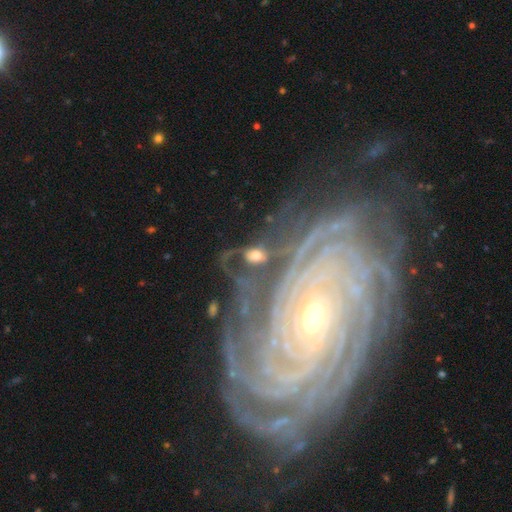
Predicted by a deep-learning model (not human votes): smooth_or_featured: featured or disk (p=0.58) [alt: smooth p=0.28]
disk_edge_on: no (p=0.91) [alt: yes p=0.09]
bar: no (p=0.58) [alt: weak p=0.25]
has_spiral_arms: yes (p=0.80) [alt: no p=0.20]
bulge_size: moderate (p=0.42) [alt: small p=0.28]
merging: none (p=0.47) [alt: major disturbance p=0.20]